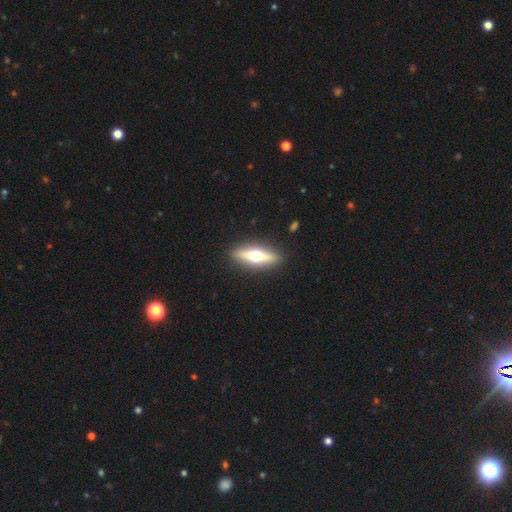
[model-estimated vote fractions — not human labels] featured or disk 52%, smooth 42%, star or artifact 6%. Down the decision tree: edge-on disk — yes (89%); merging — none (90%).